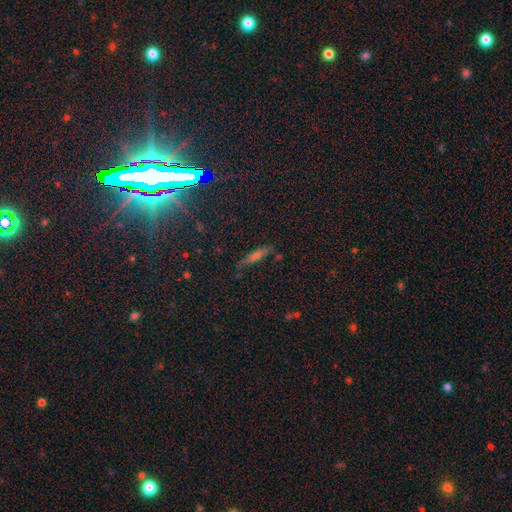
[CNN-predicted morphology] smooth 43%, featured or disk 32%, star or artifact 25%. Down the decision tree: merging — none (74%).